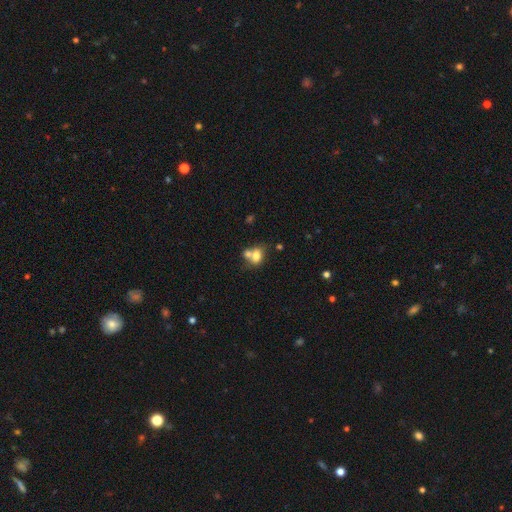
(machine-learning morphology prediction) type=smooth (74%); roundness=in between (67%); merging=merger (54%).